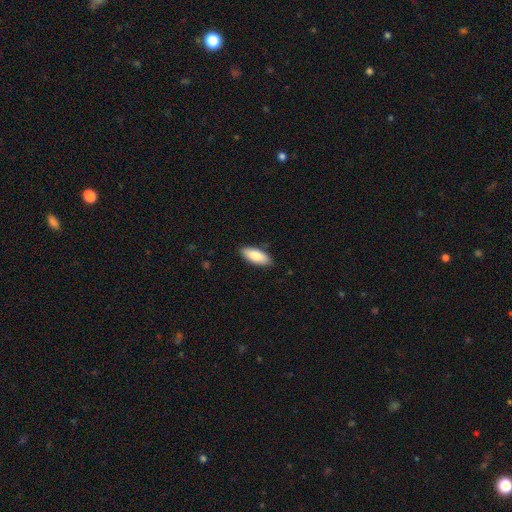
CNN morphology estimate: This appears to be a smooth galaxy with no disk features (83%) that is in between round and cigar-shaped (81%). Merging: none (88%).